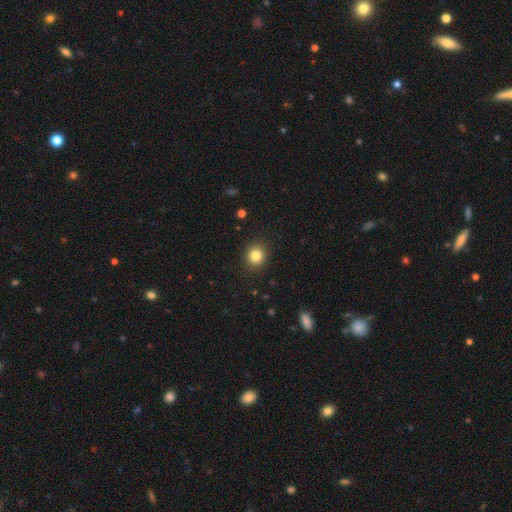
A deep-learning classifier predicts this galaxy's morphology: Smooth or featured?
  - smooth: 84% *
  - star or artifact: 11%
  - featured or disk: 6%
How rounded?
  - round: 75% *
  - in between: 24%
  - cigar-shaped: 1%
Merging?
  - none: 90% *
  - minor disturbance: 7%
  - major disturbance: 2%
  - merger: 1%